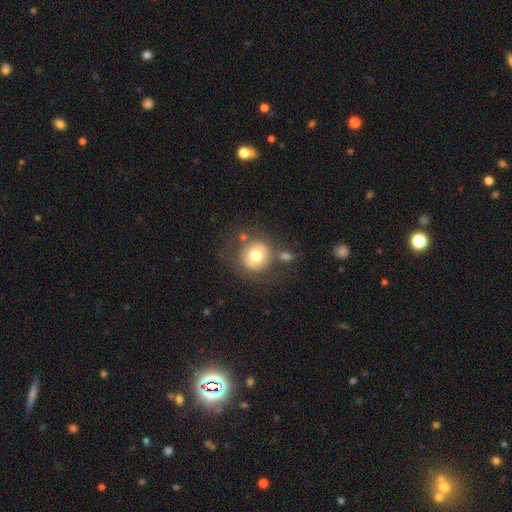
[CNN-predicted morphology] Smooth or featured: smooth — 69% (featured or disk — 21%)
How rounded: round — 92% (in between — 7%)
Merging: none — 68% (minor disturbance — 13%)